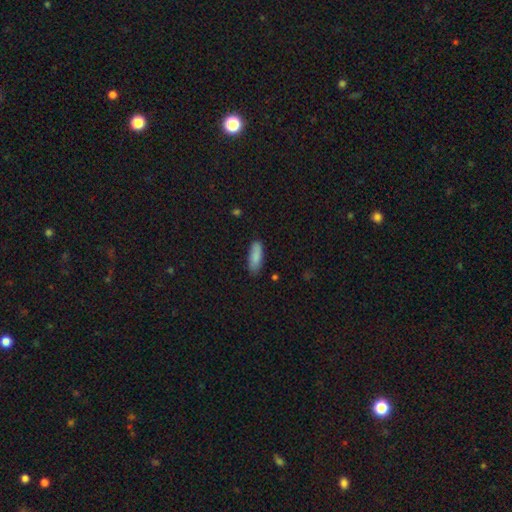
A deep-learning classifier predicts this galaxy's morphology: A smooth galaxy with no disk features (87%) that is in between round and cigar-shaped (64%).

Vote fractions:
- Smooth or featured? smooth: 87% / featured or disk: 7% / star or artifact: 6%
- How rounded? in between: 64% / cigar-shaped: 34% / round: 2%
- Merging? none: 80% / minor disturbance: 15% / major disturbance: 3% / merger: 2%